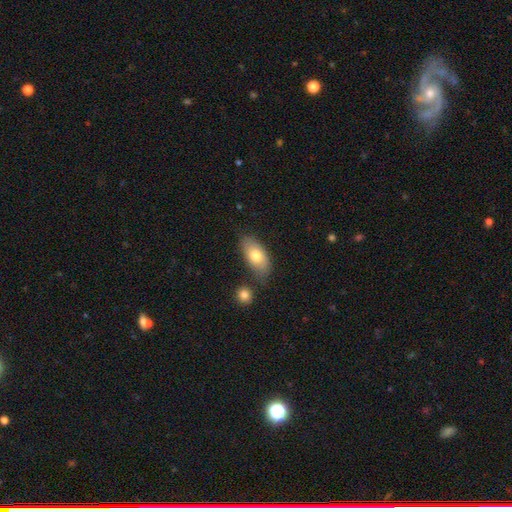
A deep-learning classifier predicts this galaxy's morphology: Smooth or featured?
  - smooth: 75% *
  - featured or disk: 19%
  - star or artifact: 7%
How rounded?
  - in between: 90% *
  - cigar-shaped: 6%
  - round: 4%
Merging?
  - none: 70% *
  - minor disturbance: 18%
  - merger: 9%
  - major disturbance: 4%